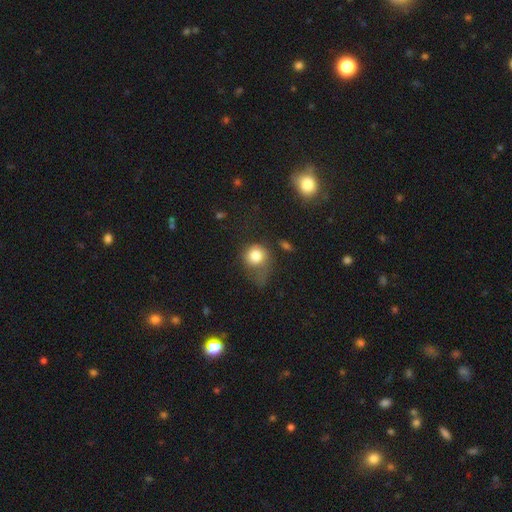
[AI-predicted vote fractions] The model was most divided on "merging": major disturbance: 39%, minor disturbance: 28%, none: 28%, merger: 5%. More confident: smooth or featured — smooth (79%); how rounded — round (75%).